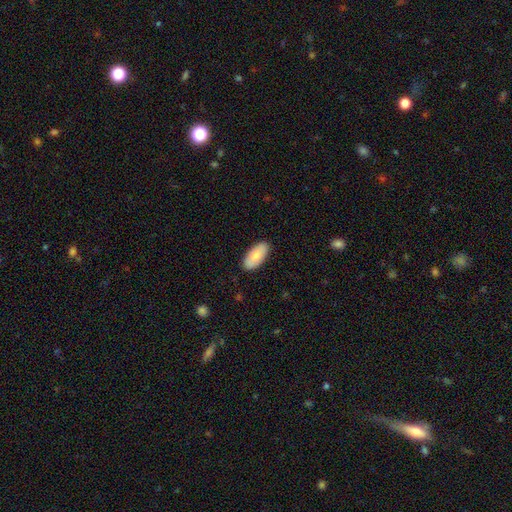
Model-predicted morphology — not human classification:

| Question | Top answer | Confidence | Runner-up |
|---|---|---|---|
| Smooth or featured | smooth | 76% | featured or disk (18%) |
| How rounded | in between | 92% | cigar-shaped (5%) |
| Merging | none | 88% | minor disturbance (9%) |